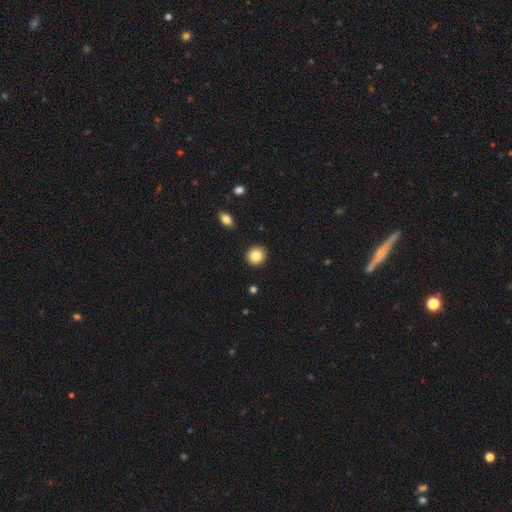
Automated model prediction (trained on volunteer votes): The model was most divided on "smooth or featured": smooth: 84%, star or artifact: 9%, featured or disk: 7%. More confident: merging — none (92%); how rounded — round (91%).